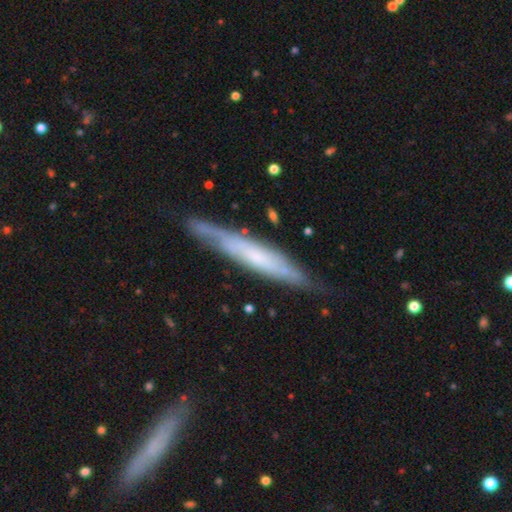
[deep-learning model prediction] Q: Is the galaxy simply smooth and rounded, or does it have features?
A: featured or disk — 61%.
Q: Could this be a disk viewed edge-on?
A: yes — 73%.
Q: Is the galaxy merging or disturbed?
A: none — 75%.